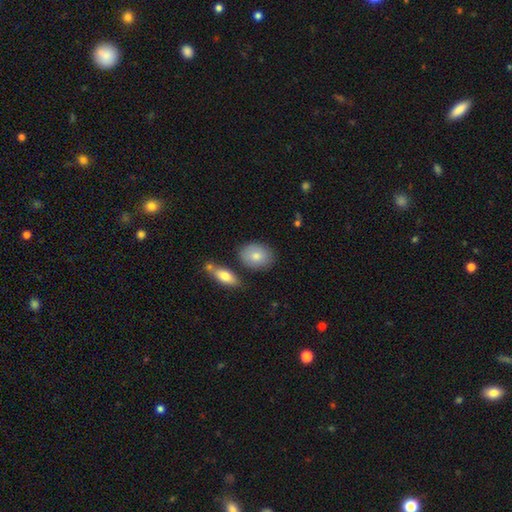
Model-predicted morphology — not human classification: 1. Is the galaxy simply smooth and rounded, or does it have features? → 81% smooth, 12% featured or disk, 6% star or artifact.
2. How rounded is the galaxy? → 63% in between, 35% round, 2% cigar-shaped.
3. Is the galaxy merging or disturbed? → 76% none, 14% minor disturbance, 7% merger, 3% major disturbance.